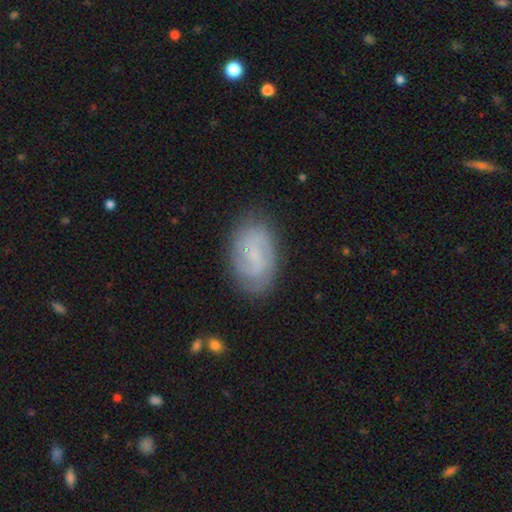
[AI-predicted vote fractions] Morphology: type=featured or disk (67%); edge-on=no (97%); bar=weak (51%); spiral arms=yes (92%); winding=tight (44%); arm count=2 (66%); bulge=small (58%); merging=none (81%).